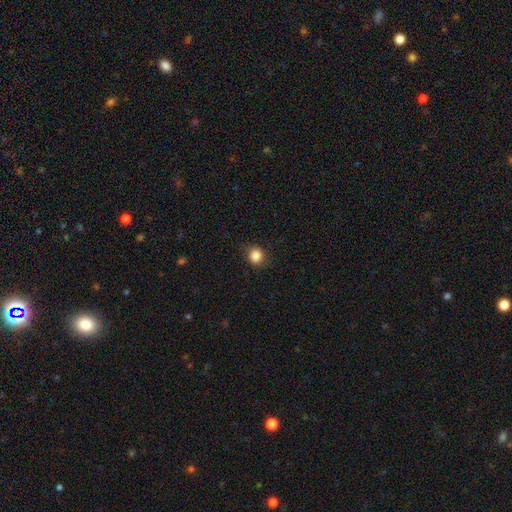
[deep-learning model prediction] This appears to be a smooth galaxy with no disk features (86%) that is round (81%). Merging: none (84%).